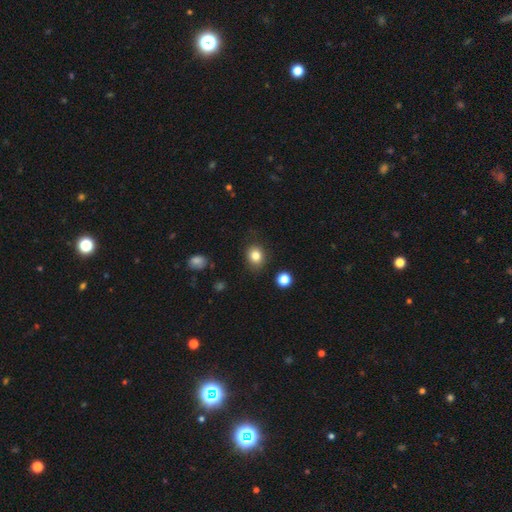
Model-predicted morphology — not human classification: smooth-or-featured: smooth: 83% | star or artifact: 10% | featured or disk: 6%
  how-rounded: round: 61% | in between: 39% | cigar-shaped: 1%
  merging: none: 83% | minor disturbance: 12% | major disturbance: 3% | merger: 2%